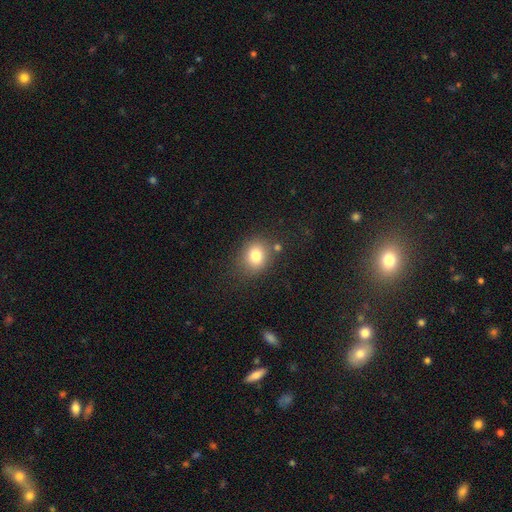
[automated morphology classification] Smooth or featured?
  - smooth: 79% *
  - star or artifact: 12%
  - featured or disk: 9%
How rounded?
  - round: 61% *
  - in between: 38%
  - cigar-shaped: 1%
Merging?
  - none: 74% *
  - minor disturbance: 14%
  - merger: 7%
  - major disturbance: 5%